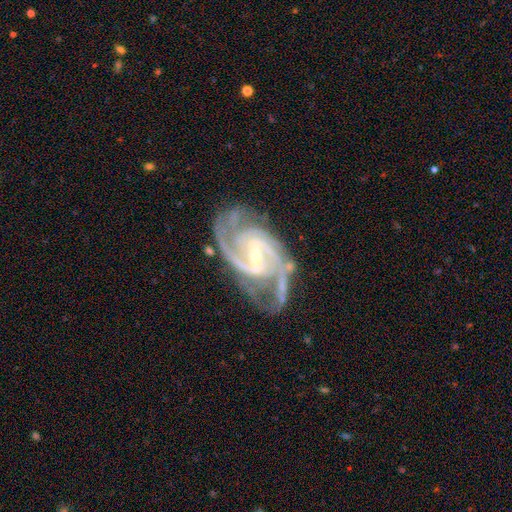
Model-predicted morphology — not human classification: This is clearly a featured or disk galaxy (93%). It is clearly not viewed edge-on (98%). Bar: possibly weak (45%). Spiral arm pattern: clearly yes (99%). Spiral arm count: possibly 2 (52%). Spiral winding: possibly medium (53%). Central bulge: likely small (73%). Merging: likely none (61%).